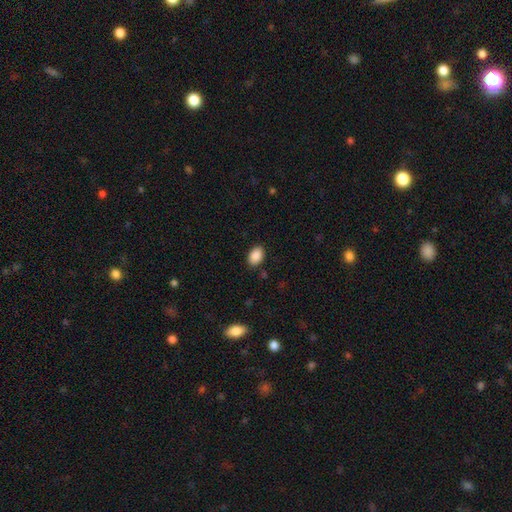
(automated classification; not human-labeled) smooth-or-featured: smooth: 89% | star or artifact: 7% | featured or disk: 3%
  how-rounded: in between: 86% | round: 13% | cigar-shaped: 1%
  merging: none: 87% | minor disturbance: 9% | major disturbance: 2% | merger: 1%